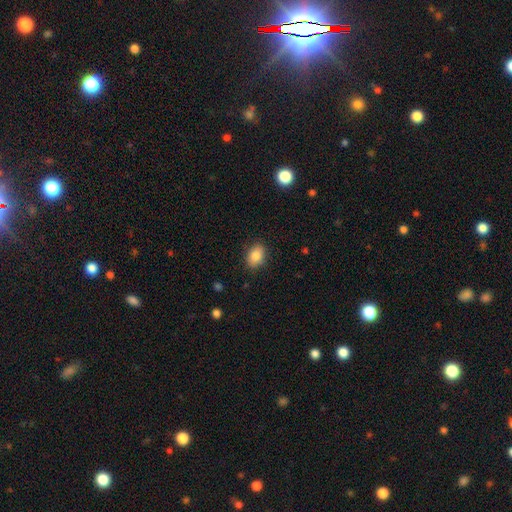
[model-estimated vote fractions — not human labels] Overall: smooth (84%). How rounded: in between (75%). Merging: none (87%).